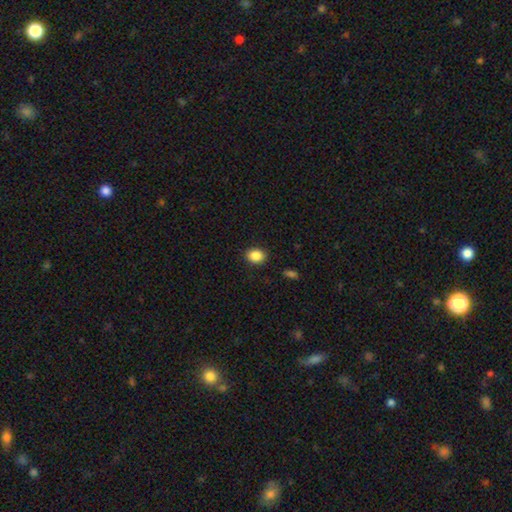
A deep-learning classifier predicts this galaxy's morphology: The model was most divided on "how rounded": in between: 54%, round: 45%, cigar-shaped: 1%. More confident: merging — none (88%); smooth or featured — smooth (87%).